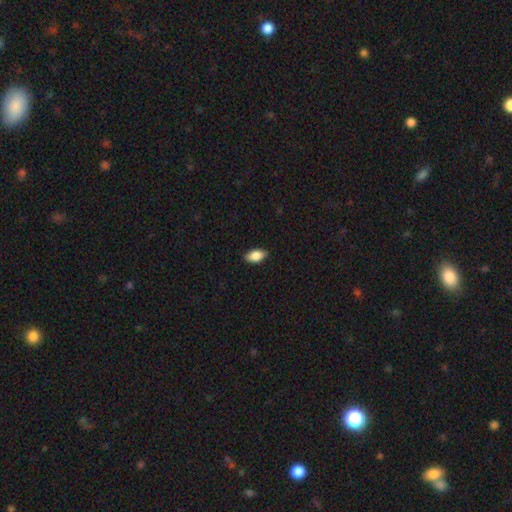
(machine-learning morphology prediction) Smooth or featured: smooth — 86% (star or artifact — 7%)
How rounded: in between — 91% (round — 4%)
Merging: none — 86% (minor disturbance — 11%)